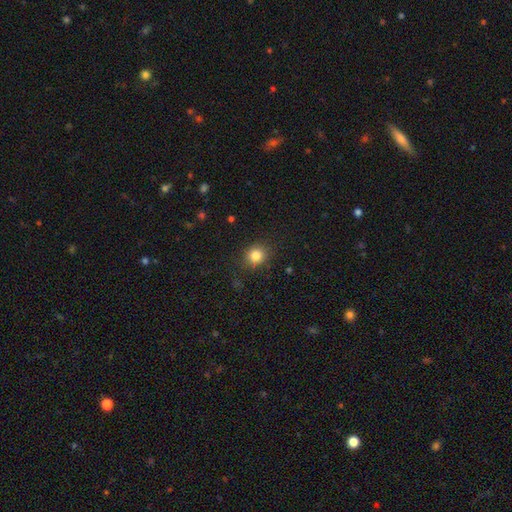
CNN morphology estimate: Q: Smooth or featured?
A: smooth (83%); runner-up: star or artifact (11%)
Q: How rounded?
A: round (82%); runner-up: in between (17%)
Q: Merging?
A: none (85%); runner-up: minor disturbance (10%)